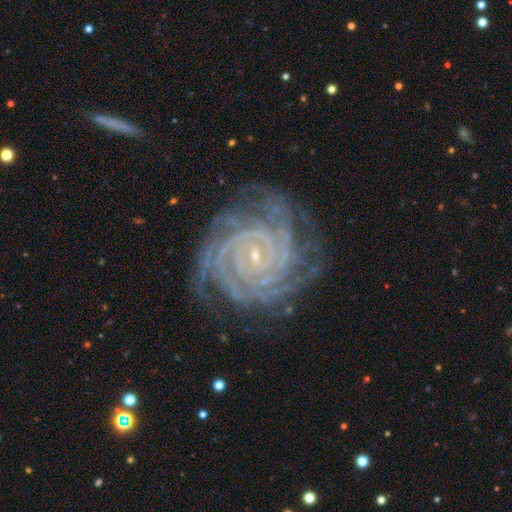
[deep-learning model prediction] Overall: featured or disk (92%). Edge-on disk: no (98%). Bar: no (57%; weak 27%). Spiral arms: yes (99%). Spiral arm count: 4 (23%; 2 19%). Spiral winding: tight (89%). Bulge size: small (90%). Merging: none (79%).